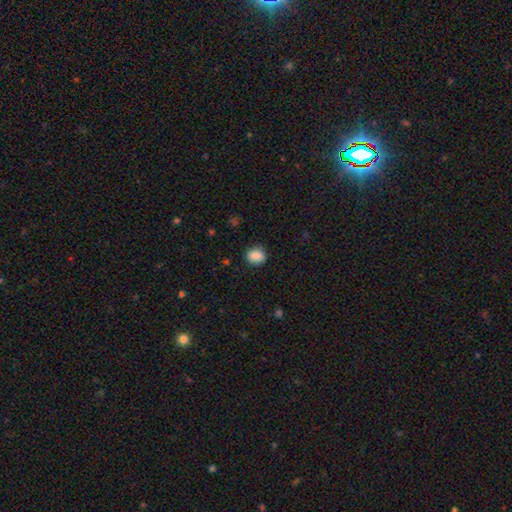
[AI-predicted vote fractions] A smooth galaxy with no disk features (86%) that is round (64%).

Vote fractions:
- Smooth or featured? smooth: 86% / star or artifact: 9% / featured or disk: 5%
- How rounded? round: 64% / in between: 35% / cigar-shaped: 1%
- Merging? none: 84% / minor disturbance: 12% / major disturbance: 3% / merger: 1%